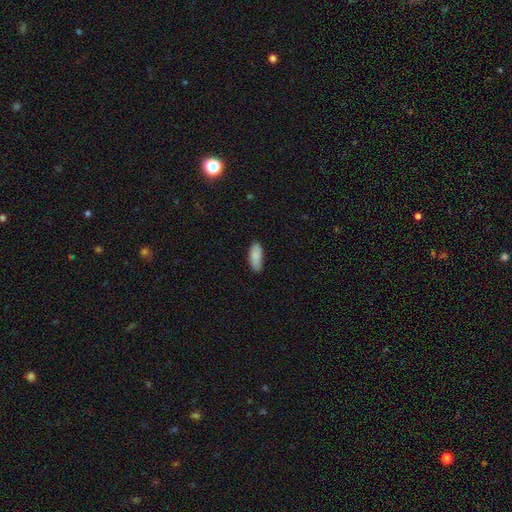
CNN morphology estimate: type=smooth (89%); roundness=in between (82%); merging=none (81%).